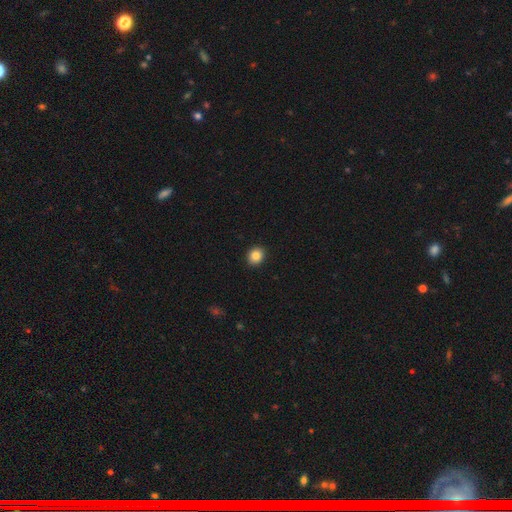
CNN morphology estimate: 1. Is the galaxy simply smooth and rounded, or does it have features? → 85% smooth, 9% star or artifact, 5% featured or disk.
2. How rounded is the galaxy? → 64% round, 35% in between, 1% cigar-shaped.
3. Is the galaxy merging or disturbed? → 92% none, 6% minor disturbance, 2% major disturbance, 1% merger.